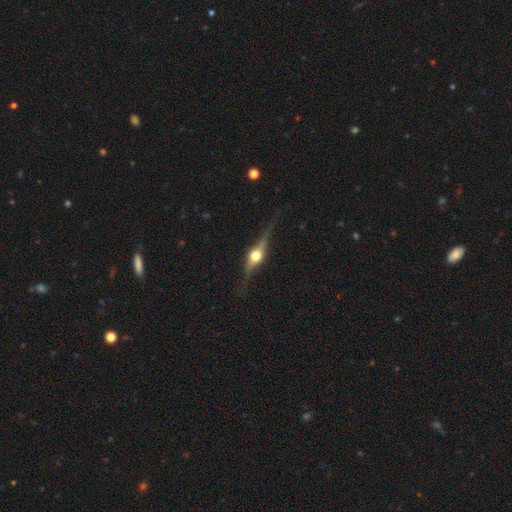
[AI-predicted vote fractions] smooth_or_featured: featured or disk (p=0.77) [alt: smooth p=0.17]
disk_edge_on: yes (p=0.95) [alt: no p=0.05]
edge_on_bulge: rounded (p=0.96) [alt: boxy p=0.03]
merging: none (p=0.80) [alt: minor disturbance p=0.14]